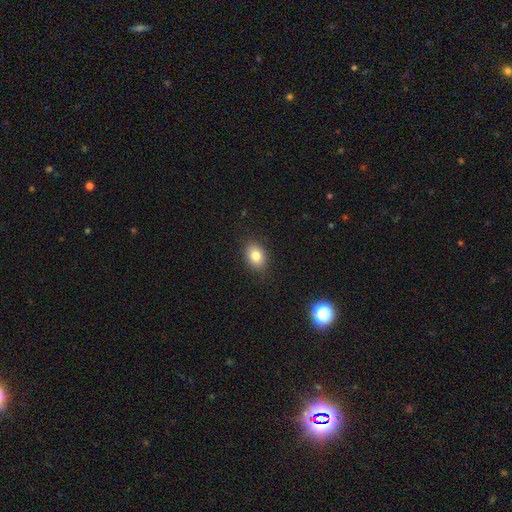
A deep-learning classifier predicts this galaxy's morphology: A smooth galaxy with no disk features (82%) that is in between round and cigar-shaped (72%). Merging: none (86%).